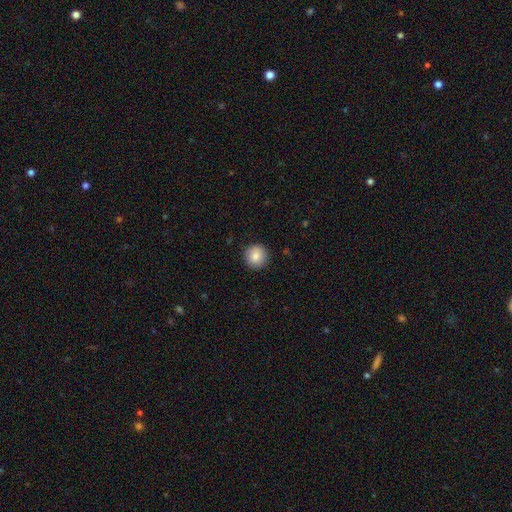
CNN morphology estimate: Q: Smooth or featured?
A: smooth (86%); runner-up: star or artifact (8%)
Q: How rounded?
A: round (94%); runner-up: in between (5%)
Q: Merging?
A: none (91%); runner-up: minor disturbance (7%)